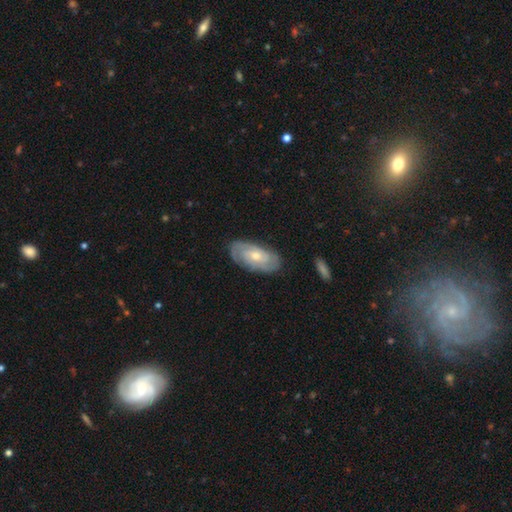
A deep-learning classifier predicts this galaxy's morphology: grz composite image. It shows a featured or disk galaxy (72%) with no bar (69%), 2 (39%) tight (68%) spiral arms (89%) and a small central bulge (48%, tied with moderate). Merging: none (82%).